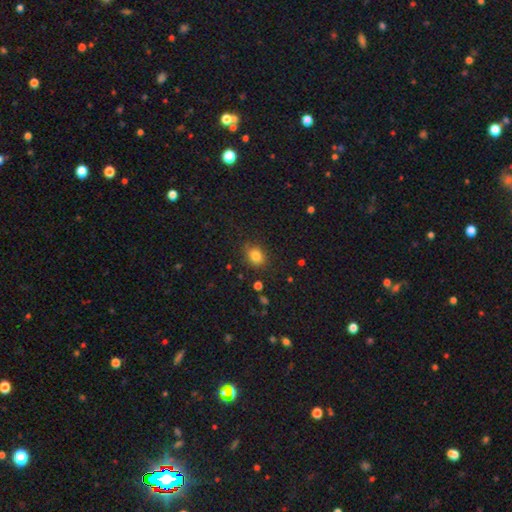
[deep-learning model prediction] Q: Smooth or featured?
A: smooth (82%); runner-up: star or artifact (12%)
Q: How rounded?
A: round (50%); runner-up: in between (49%)
Q: Merging?
A: none (82%); runner-up: minor disturbance (13%)